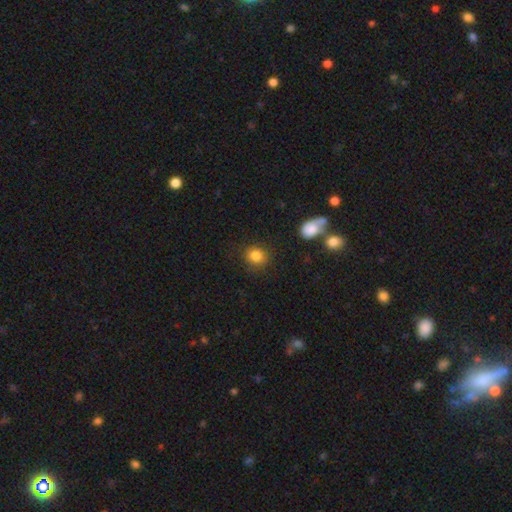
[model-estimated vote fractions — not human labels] Smooth or featured? Predicted: smooth (p=0.85). How rounded? Predicted: round (p=0.81). Merging? Predicted: none (p=0.86).